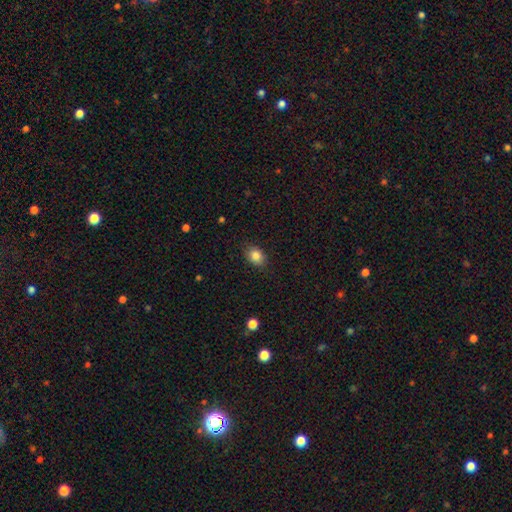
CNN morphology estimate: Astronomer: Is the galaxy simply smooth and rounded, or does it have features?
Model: smooth — 85%.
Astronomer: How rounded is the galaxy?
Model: in between — 72%.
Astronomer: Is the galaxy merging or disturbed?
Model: none — 86%.